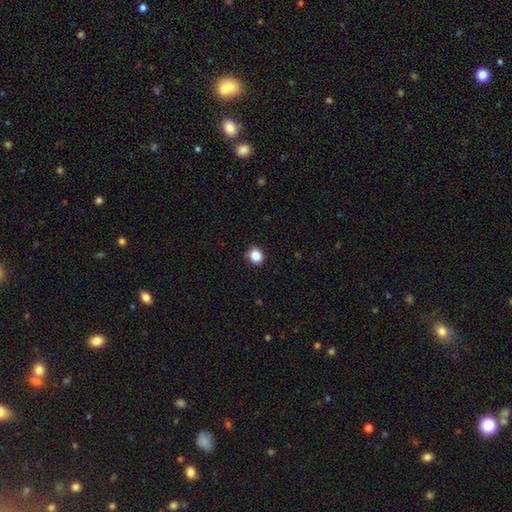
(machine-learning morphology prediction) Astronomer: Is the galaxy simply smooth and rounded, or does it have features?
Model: smooth — 87%.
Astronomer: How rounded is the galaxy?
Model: round — 67%.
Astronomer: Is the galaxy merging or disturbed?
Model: none — 87%.